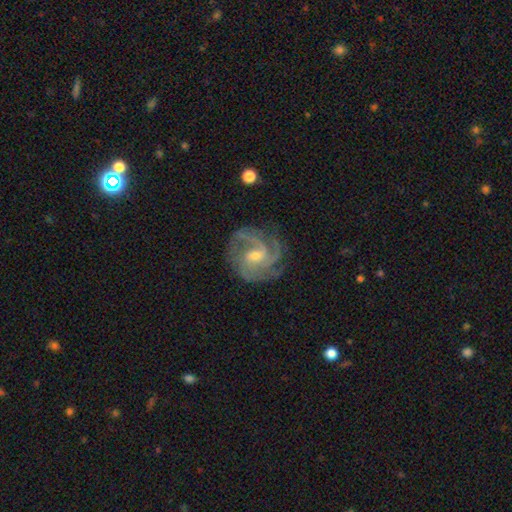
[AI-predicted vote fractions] This is clearly a featured or disk galaxy (90%). It is clearly not viewed edge-on (98%). Bar: possibly weak (47%). Spiral arm pattern: clearly yes (98%). Spiral arm count: possibly 3 (46%). Spiral winding: possibly tight (51%). Central bulge: possibly small (57%). Merging: likely none (75%).